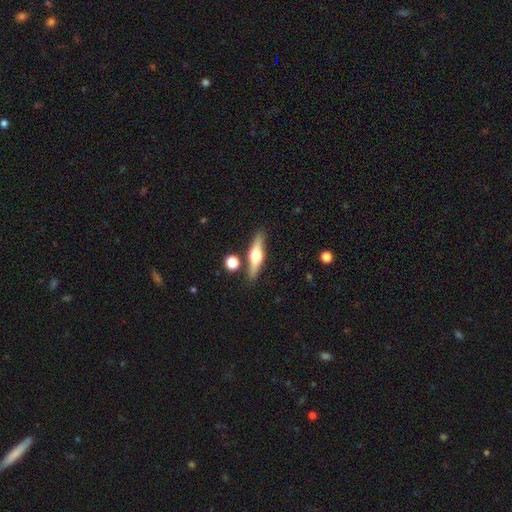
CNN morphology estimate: This is possibly a featured or disk galaxy (59%). It is clearly viewed edge-on (94%). Edge-on bulge: clearly rounded (95%). Merging: clearly none (84%).